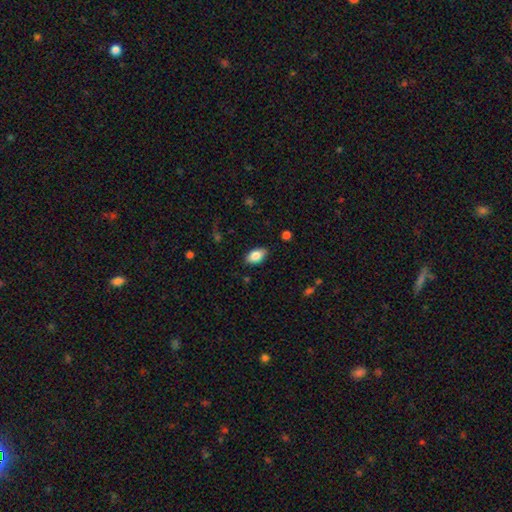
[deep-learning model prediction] Smooth or featured? smooth (85%)
How rounded? in between (92%)
Merging? none (85%)